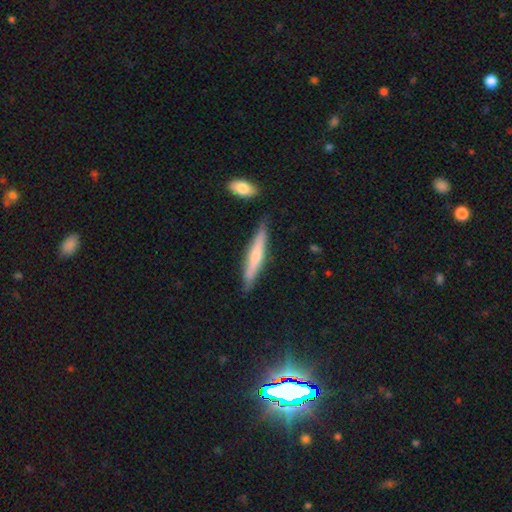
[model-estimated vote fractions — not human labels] This is possibly a smooth galaxy (54%). How rounded: clearly cigar-shaped (92%). Merging: clearly none (82%).